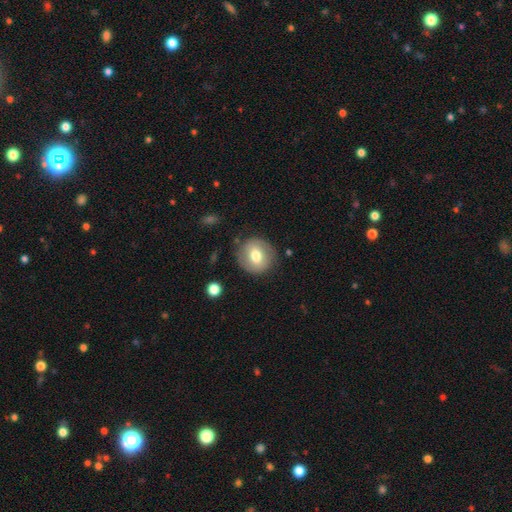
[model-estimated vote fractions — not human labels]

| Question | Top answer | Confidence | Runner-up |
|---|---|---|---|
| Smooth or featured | smooth | 63% | featured or disk (29%) |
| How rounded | round | 85% | in between (14%) |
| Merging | none | 81% | minor disturbance (13%) |